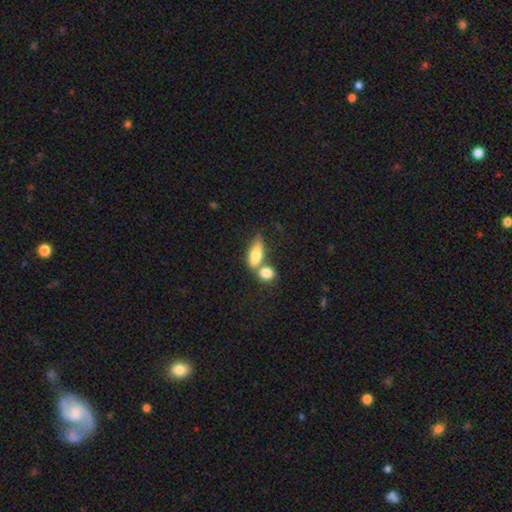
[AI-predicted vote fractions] Q: Smooth or featured?
A: smooth (75%); runner-up: featured or disk (18%)
Q: How rounded?
A: in between (71%); runner-up: cigar-shaped (22%)
Q: Merging?
A: merger (48%); runner-up: none (33%)